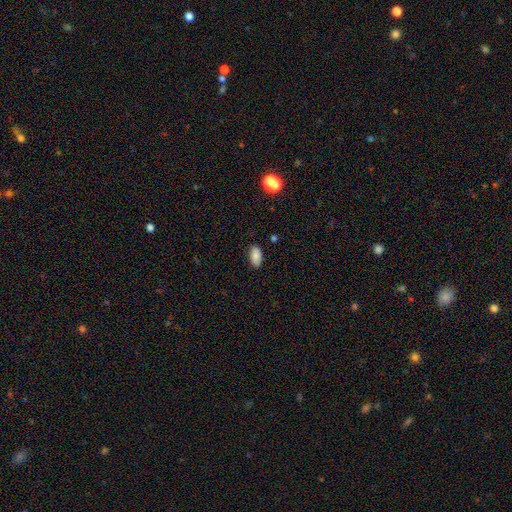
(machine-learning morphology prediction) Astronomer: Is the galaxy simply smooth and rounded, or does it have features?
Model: smooth — 85%.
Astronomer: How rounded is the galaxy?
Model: in between — 94%.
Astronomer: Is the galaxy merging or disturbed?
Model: none — 83%.